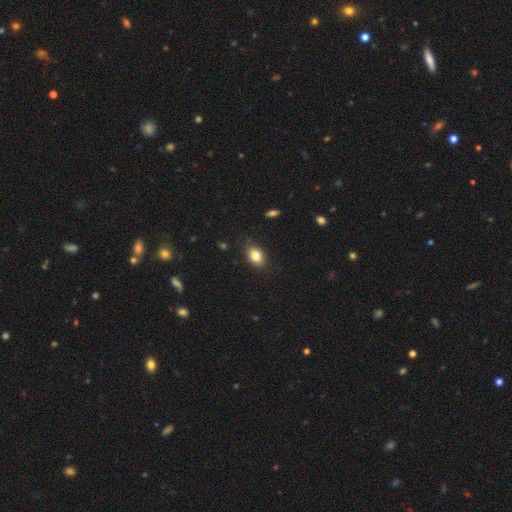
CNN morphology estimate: Smooth or featured? smooth (82%)
How rounded? in between (81%)
Merging? none (81%)